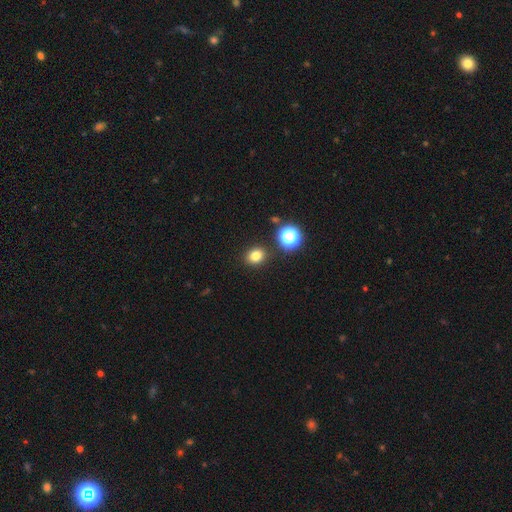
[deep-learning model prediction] Morphology: type=smooth (78%); roundness=round (61%); merging=none (87%).